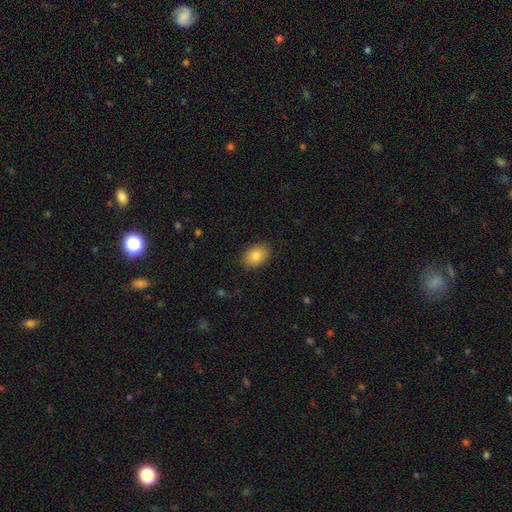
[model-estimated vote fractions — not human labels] Smooth or featured? smooth (84%)
How rounded? in between (83%)
Merging? none (87%)